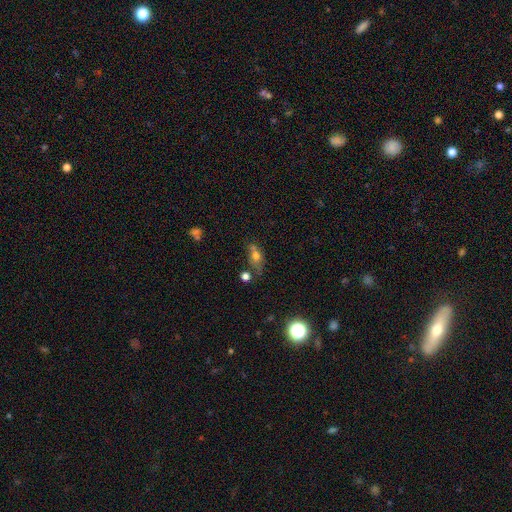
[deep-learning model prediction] This appears to be a smooth galaxy with no disk features (62%) that is in between round and cigar-shaped (70%). Merging: none (42%).